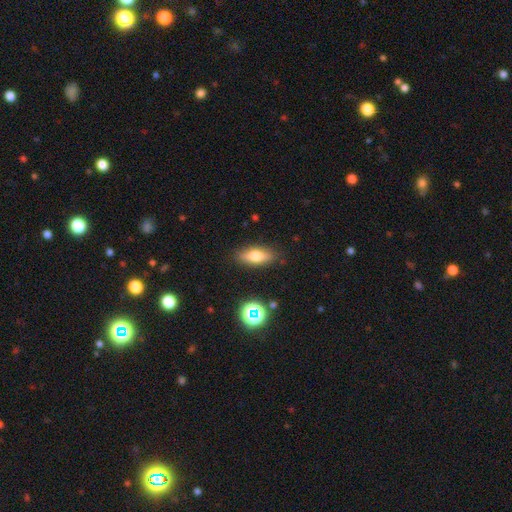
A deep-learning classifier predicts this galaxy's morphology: The model was most divided on "how rounded": in between: 68%, cigar-shaped: 28%, round: 4%. More confident: merging — none (86%); smooth or featured — smooth (67%).